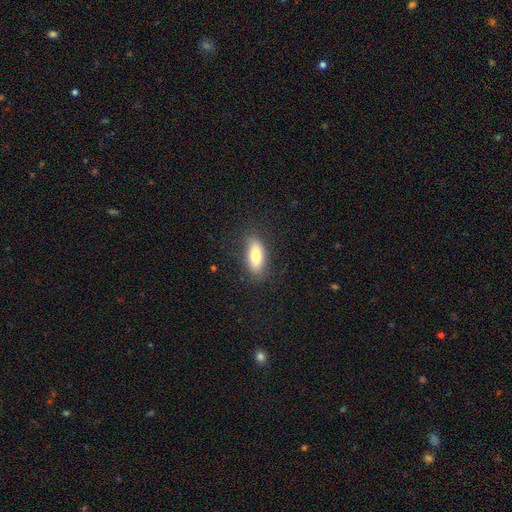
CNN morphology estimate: smooth-or-featured: smooth: 75% | featured or disk: 18% | star or artifact: 7%
  how-rounded: in between: 79% | cigar-shaped: 18% | round: 3%
  merging: none: 83% | minor disturbance: 12% | major disturbance: 4% | merger: 1%